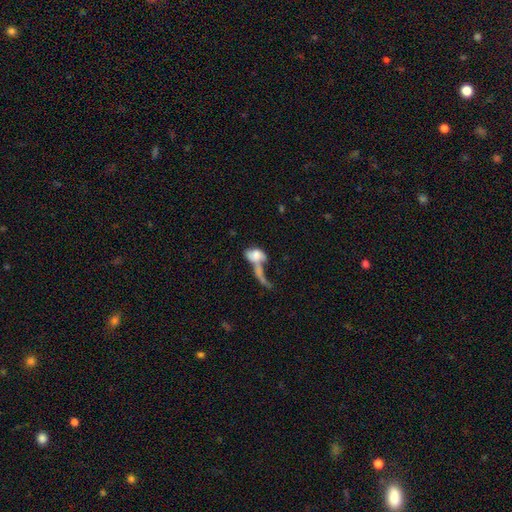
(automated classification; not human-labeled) Q: Smooth or featured?
A: smooth (56%); runner-up: featured or disk (34%)
Q: How rounded?
A: in between (79%); runner-up: round (14%)
Q: Merging?
A: merger (51%); runner-up: major disturbance (30%)